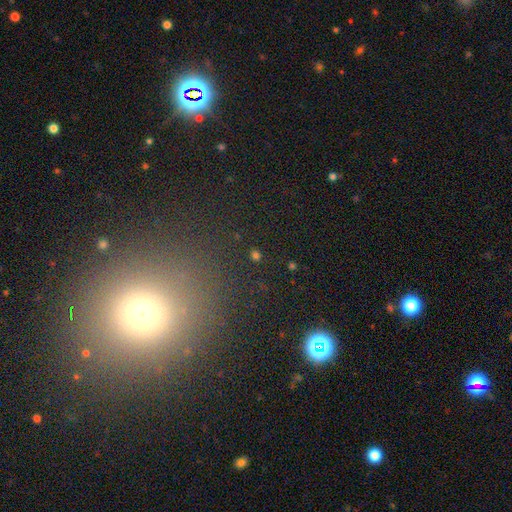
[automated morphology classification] A star or artifact, not a galaxy (49%).